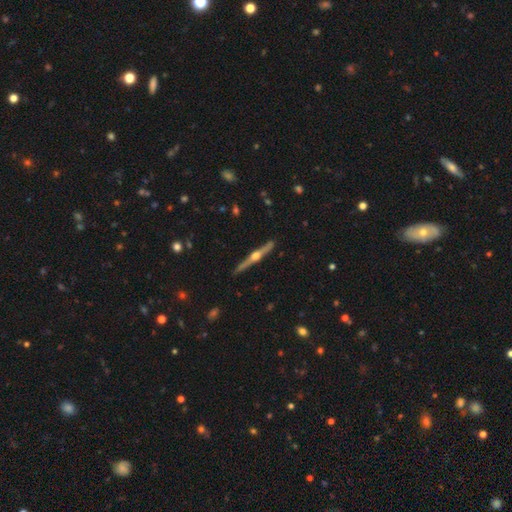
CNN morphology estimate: Overall: featured or disk (82%). Edge-on disk: yes (98%). Edge-on bulge: rounded (95%). Merging: none (90%).